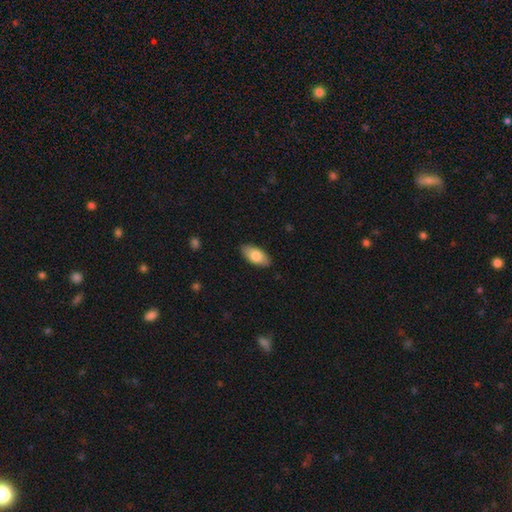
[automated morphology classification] Smooth or featured: smooth — 80% (featured or disk — 14%)
How rounded: in between — 92% (cigar-shaped — 5%)
Merging: none — 87% (minor disturbance — 10%)